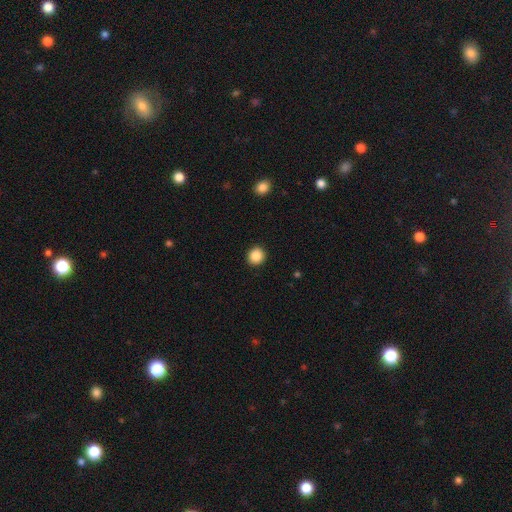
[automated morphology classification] type=smooth (88%); roundness=round (91%); merging=none (92%).